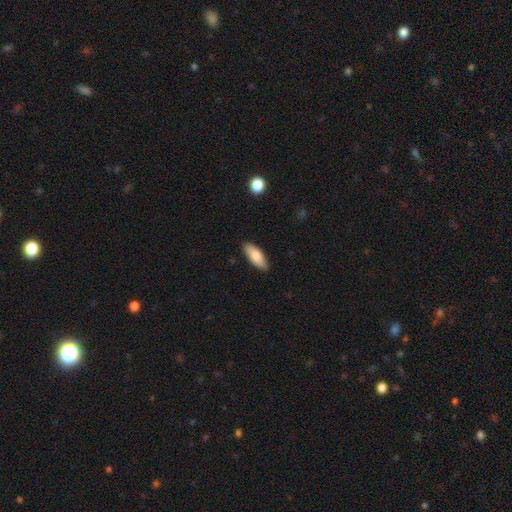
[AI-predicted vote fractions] A smooth galaxy with no disk features (83%) that is in between round and cigar-shaped (72%). Merging: none (86%).